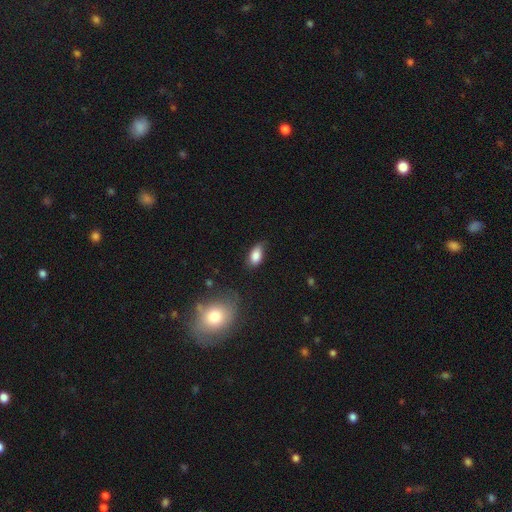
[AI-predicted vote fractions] A smooth galaxy with no disk features (83%) that is in between round and cigar-shaped (91%).

Vote fractions:
- Smooth or featured? smooth: 83% / featured or disk: 9% / star or artifact: 8%
- How rounded? in between: 91% / round: 6% / cigar-shaped: 4%
- Merging? none: 54% / minor disturbance: 34% / major disturbance: 9% / merger: 2%